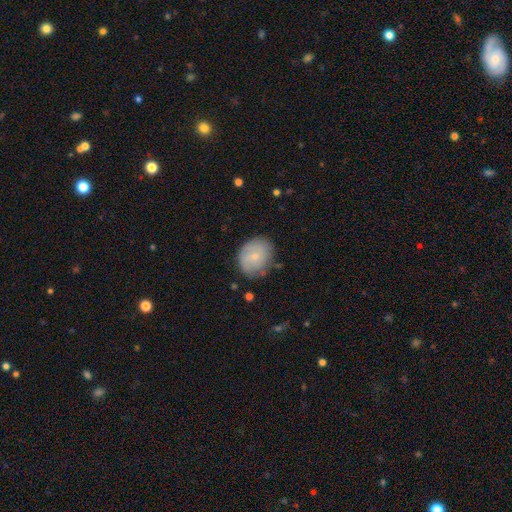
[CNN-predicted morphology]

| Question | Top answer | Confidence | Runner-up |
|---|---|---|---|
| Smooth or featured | smooth | 63% | featured or disk (30%) |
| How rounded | round | 63% | in between (36%) |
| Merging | none | 69% | minor disturbance (23%) |